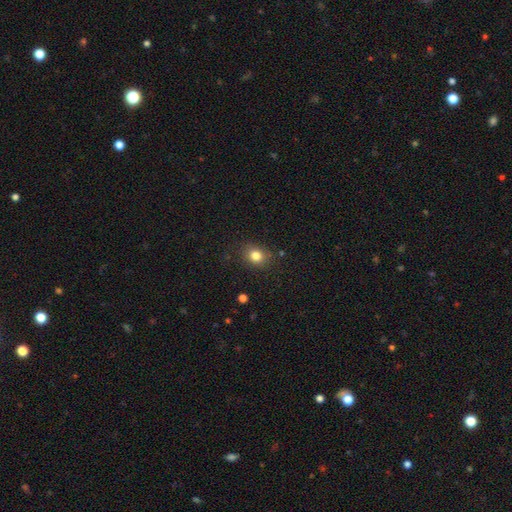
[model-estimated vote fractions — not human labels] Smooth or featured?
  - smooth: 81% *
  - star or artifact: 12%
  - featured or disk: 7%
How rounded?
  - round: 61% *
  - in between: 38%
  - cigar-shaped: 1%
Merging?
  - none: 83% *
  - minor disturbance: 12%
  - major disturbance: 3%
  - merger: 2%